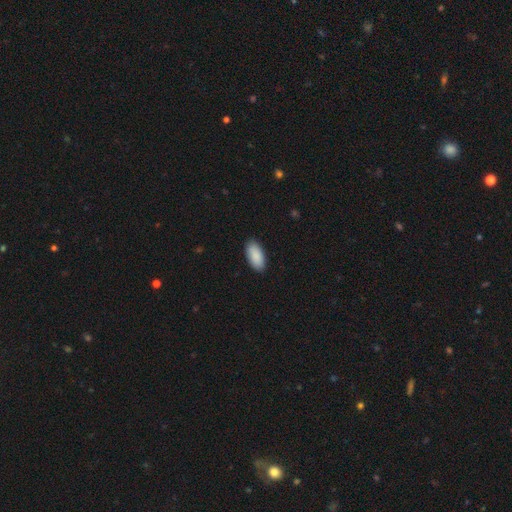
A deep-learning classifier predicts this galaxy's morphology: Smooth or featured: smooth — 91% (star or artifact — 5%)
How rounded: in between — 93% (cigar-shaped — 5%)
Merging: none — 90% (minor disturbance — 8%)